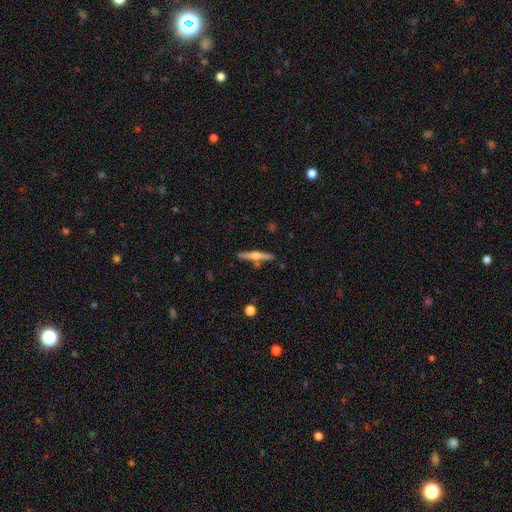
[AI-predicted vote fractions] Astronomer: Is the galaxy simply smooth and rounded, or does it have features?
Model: featured or disk — 62%.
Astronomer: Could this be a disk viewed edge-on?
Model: yes — 97%.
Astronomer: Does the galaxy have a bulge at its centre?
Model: rounded — 91%.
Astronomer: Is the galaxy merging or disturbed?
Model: none — 84%.